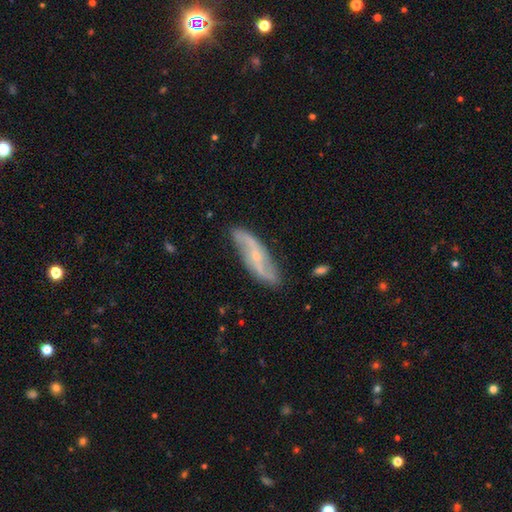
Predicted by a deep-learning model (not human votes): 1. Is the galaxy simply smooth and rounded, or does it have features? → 80% featured or disk, 14% smooth, 6% star or artifact.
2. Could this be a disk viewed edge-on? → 84% no, 16% yes.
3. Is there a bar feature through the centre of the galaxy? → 48% no, 33% weak, 19% strong.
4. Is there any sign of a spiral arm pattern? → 92% yes, 8% no.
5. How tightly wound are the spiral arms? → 68% loose, 22% medium, 10% tight.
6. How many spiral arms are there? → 90% 2, 5% can't tell, 1% 1, 1% 3, 1% 4, 1% more than 4.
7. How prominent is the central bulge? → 77% small, 19% moderate, 3% none, 1% large, 1% dominant.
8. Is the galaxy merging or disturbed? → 79% none, 15% minor disturbance, 4% major disturbance, 2% merger.